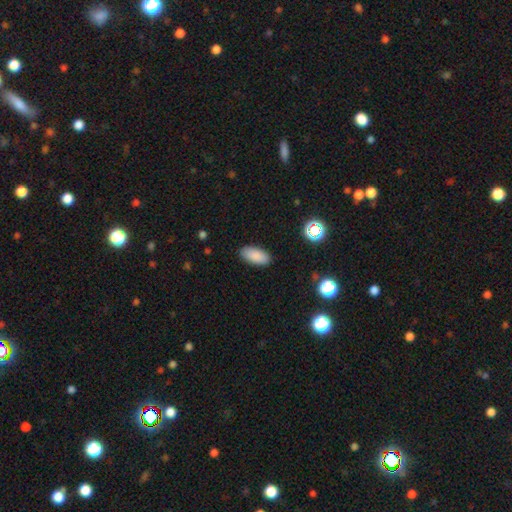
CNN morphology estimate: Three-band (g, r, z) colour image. It shows a smooth galaxy with no disk features (87%) that is in between round and cigar-shaped (91%). Merging: none (89%).